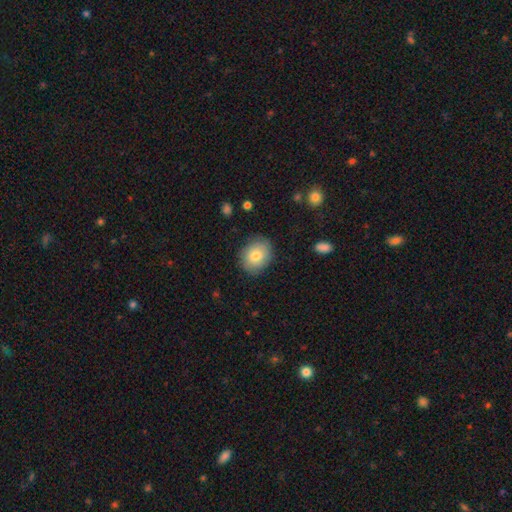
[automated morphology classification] Smooth or featured? Predicted: smooth (p=0.79). How rounded? Predicted: round (p=0.54). Merging? Predicted: none (p=0.82).